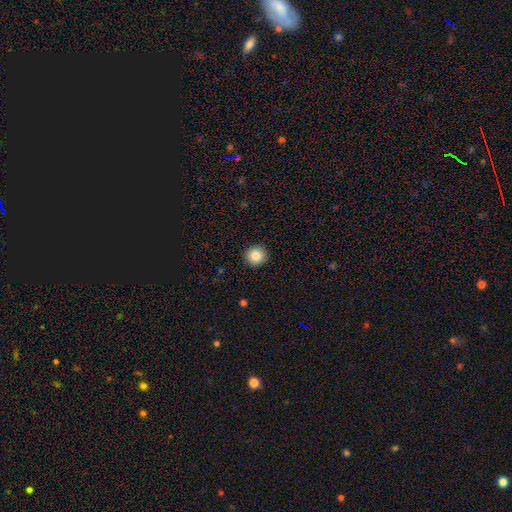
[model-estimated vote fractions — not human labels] Smooth or featured?
  - smooth: 86% *
  - star or artifact: 9%
  - featured or disk: 5%
How rounded?
  - round: 94% *
  - in between: 5%
  - cigar-shaped: 1%
Merging?
  - none: 92% *
  - minor disturbance: 5%
  - major disturbance: 2%
  - merger: 1%